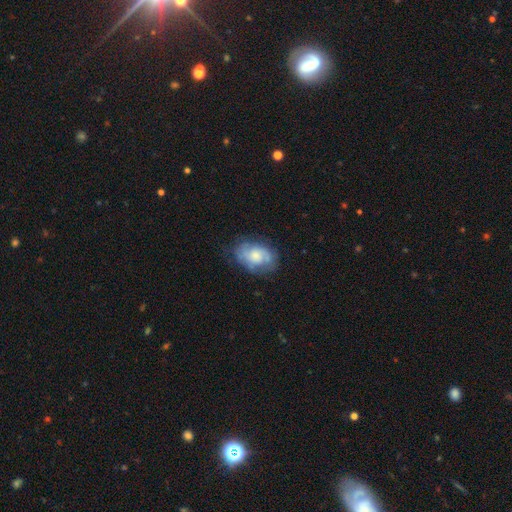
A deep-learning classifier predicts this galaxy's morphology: Smooth or featured?
  - featured or disk: 61% *
  - smooth: 32%
  - star or artifact: 7%
Edge-on disk?
  - no: 97% *
  - yes: 3%
Bar?
  - no: 73% *
  - weak: 23%
  - strong: 3%
Spiral arms?
  - yes: 81% *
  - no: 19%
Bulge size?
  - moderate: 43% *
  - small: 37%
  - large: 11%
  - none: 8%
  - dominant: 2%
Merging?
  - none: 66% *
  - minor disturbance: 22%
  - major disturbance: 10%
  - merger: 2%